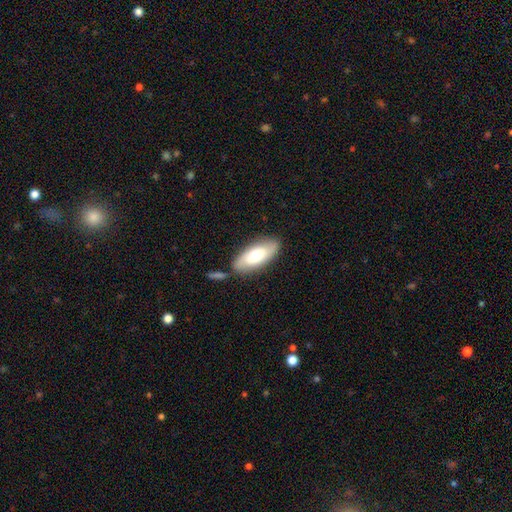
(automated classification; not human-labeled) Q: Smooth or featured?
A: smooth (60%); runner-up: featured or disk (34%)
Q: How rounded?
A: in between (83%); runner-up: cigar-shaped (15%)
Q: Merging?
A: none (74%); runner-up: minor disturbance (14%)